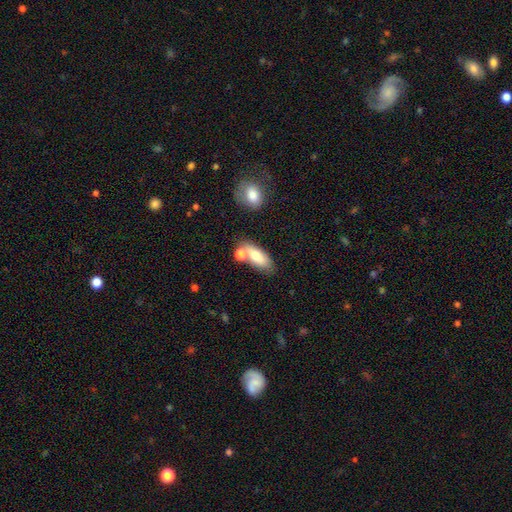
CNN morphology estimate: Smooth or featured? Predicted: smooth (p=0.70). How rounded? Predicted: in between (p=0.76). Merging? Predicted: none (p=0.56).